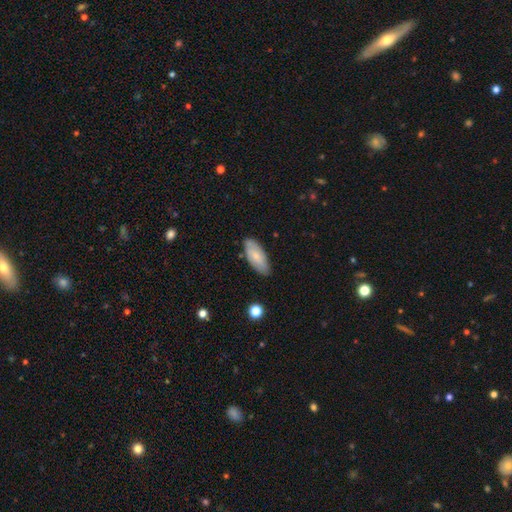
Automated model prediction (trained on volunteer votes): A smooth galaxy with no disk features (68%) that is in between round and cigar-shaped (86%).

Vote fractions:
- Smooth or featured? smooth: 68% / featured or disk: 26% / star or artifact: 6%
- How rounded? in between: 86% / cigar-shaped: 13% / round: 2%
- Merging? none: 78% / minor disturbance: 17% / major disturbance: 3% / merger: 2%